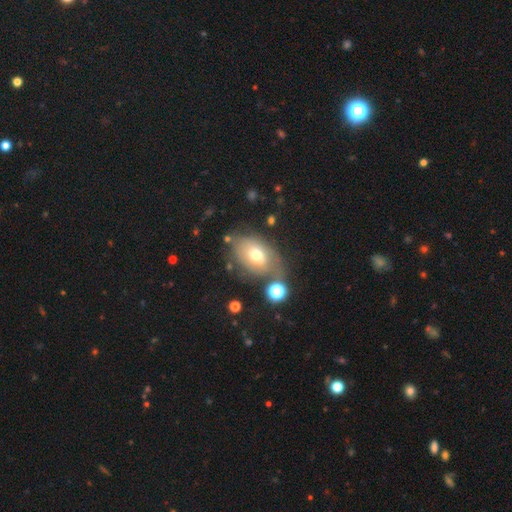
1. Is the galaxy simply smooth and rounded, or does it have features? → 68% smooth, 32% featured or disk, 0% star or artifact.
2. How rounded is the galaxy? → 89% in between, 7% round, 4% cigar-shaped.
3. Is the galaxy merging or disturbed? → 48% none, 25% minor disturbance, 20% major disturbance, 8% merger.